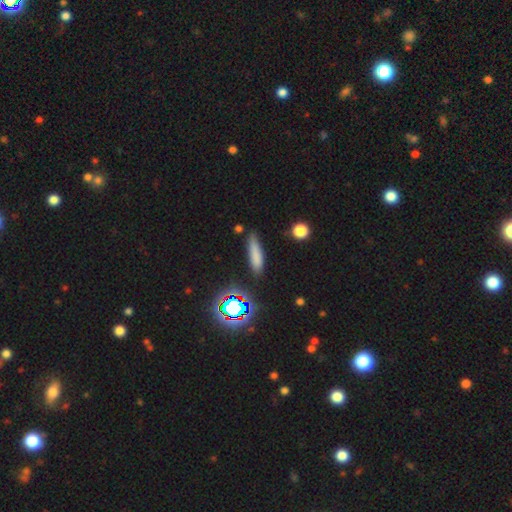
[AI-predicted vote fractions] Morphology: type=smooth (75%); roundness=cigar-shaped (75%); merging=none (78%).